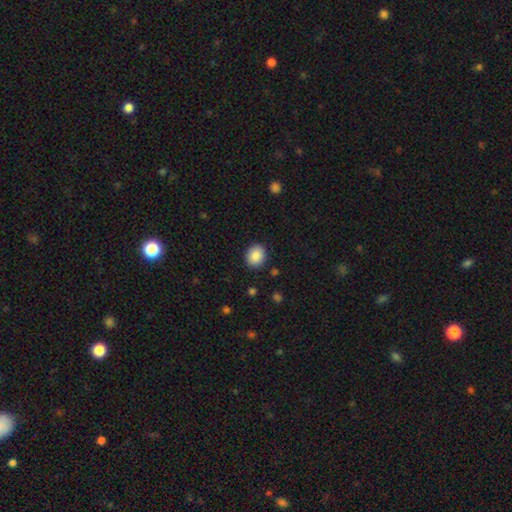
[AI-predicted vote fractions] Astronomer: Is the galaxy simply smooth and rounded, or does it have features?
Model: smooth — 88%.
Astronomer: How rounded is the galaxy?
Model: round — 62% (runner-up: in between, 37%).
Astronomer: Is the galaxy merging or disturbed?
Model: none — 89%.